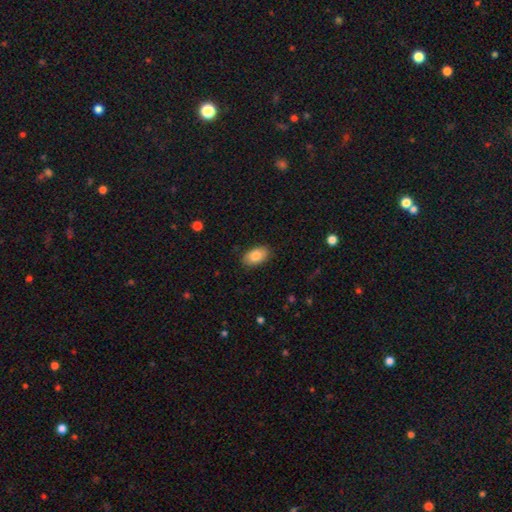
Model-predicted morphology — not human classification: This is clearly a smooth galaxy (84%). How rounded: clearly in between (92%). Merging: clearly none (87%).